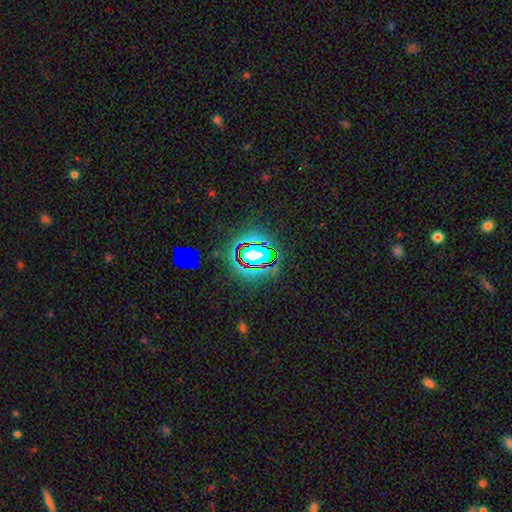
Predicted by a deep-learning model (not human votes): A star or artifact, not a galaxy (67%).

Vote fractions:
- Smooth or featured? star or artifact: 67% / smooth: 20% / featured or disk: 14%